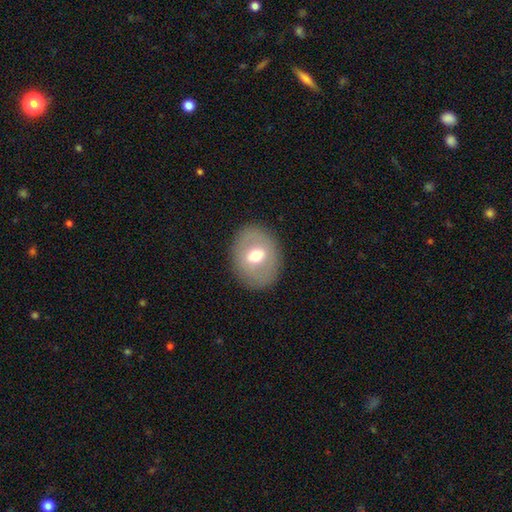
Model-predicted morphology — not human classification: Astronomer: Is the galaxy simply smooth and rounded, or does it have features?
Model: smooth — 55% (runner-up: featured or disk, 38%).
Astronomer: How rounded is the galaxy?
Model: in between — 51% (runner-up: round, 48%).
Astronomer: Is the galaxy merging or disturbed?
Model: none — 85%.